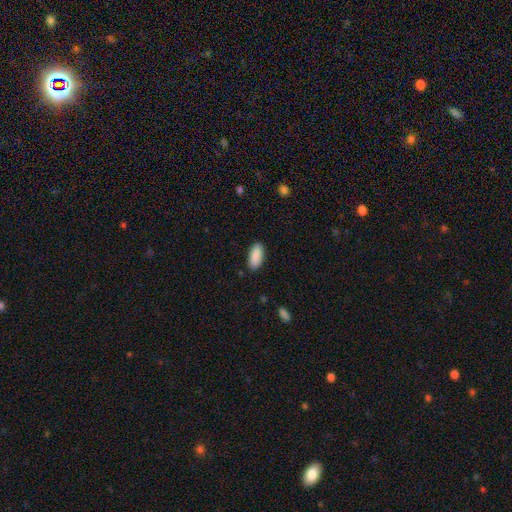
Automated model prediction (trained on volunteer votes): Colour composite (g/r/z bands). It shows a smooth galaxy with no disk features (90%) that is in between round and cigar-shaped (87%). Merging: none (88%).